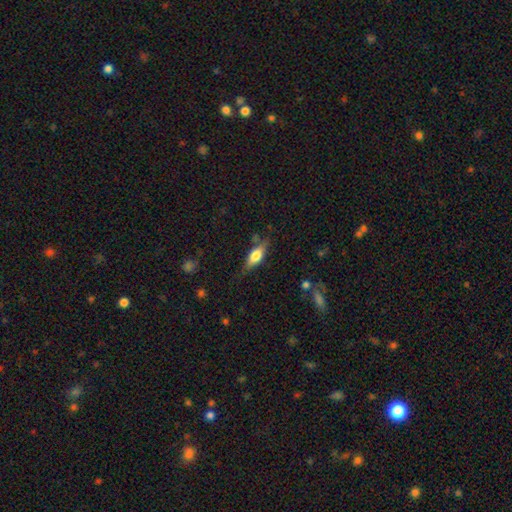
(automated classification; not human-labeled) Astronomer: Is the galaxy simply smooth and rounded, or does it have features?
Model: smooth — 60%.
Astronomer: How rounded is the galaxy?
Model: in between — 66%.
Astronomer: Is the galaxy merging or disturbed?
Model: none — 70%.